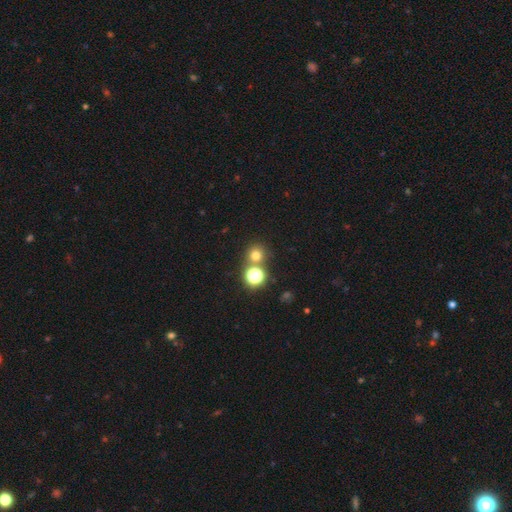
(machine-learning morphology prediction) The model was most divided on "smooth or featured": smooth: 70%, star or artifact: 23%, featured or disk: 7%. More confident: how rounded — round (91%); merging — none (70%).